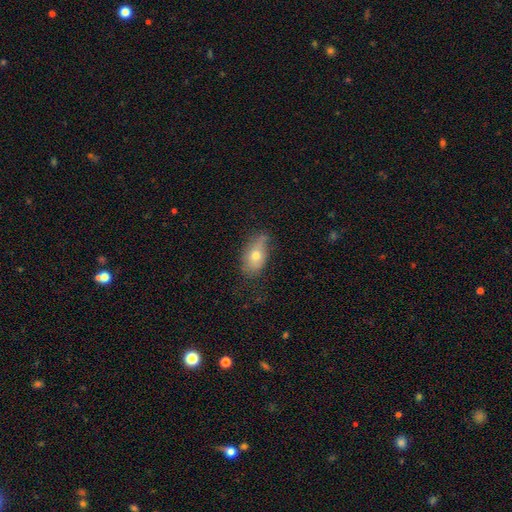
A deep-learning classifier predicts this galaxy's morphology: The model was most divided on "merging": none: 51%, minor disturbance: 35%, major disturbance: 12%, merger: 2%. More confident: how rounded — in between (86%); smooth or featured — smooth (67%).